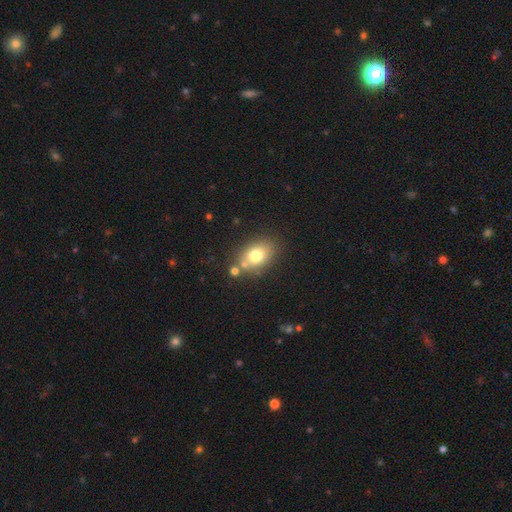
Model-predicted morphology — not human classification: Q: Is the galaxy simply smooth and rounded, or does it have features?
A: smooth — 74%.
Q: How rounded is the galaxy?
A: in between — 72%.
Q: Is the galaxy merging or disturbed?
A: none — 71%.